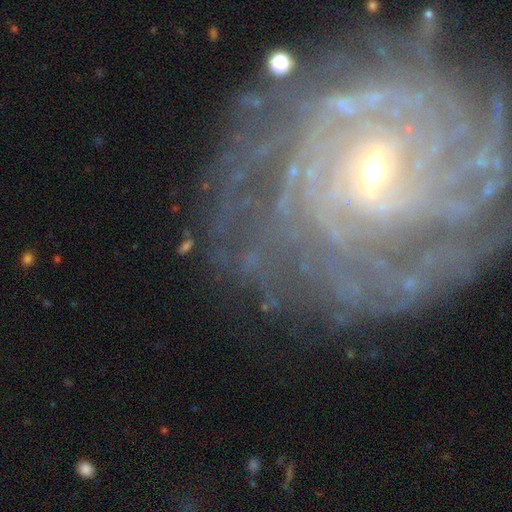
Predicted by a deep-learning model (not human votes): A featured or disk galaxy (86%) with a weak bar (46%), tight (77%) spiral arms (95%) and a small central bulge (60%). Merging: none (72%).